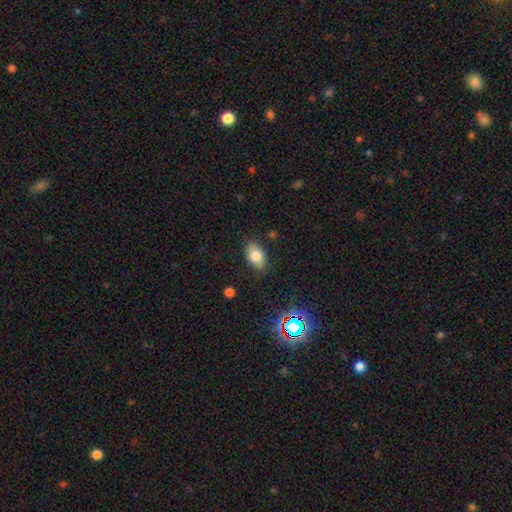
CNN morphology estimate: This appears to be a smooth galaxy with no disk features (78%) that is in between round and cigar-shaped (89%). Merging: none (83%).